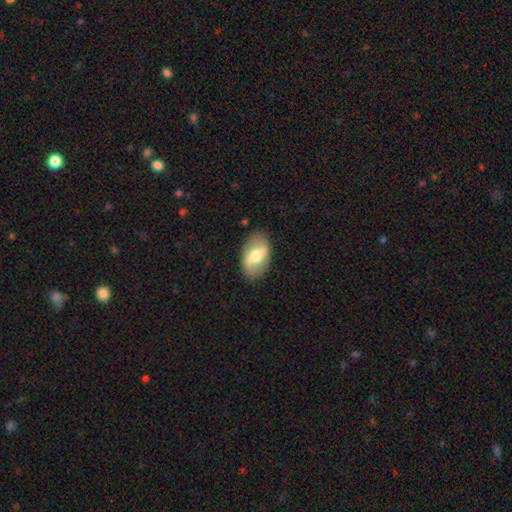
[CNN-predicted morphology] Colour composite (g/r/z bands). It shows a smooth galaxy with no disk features (47%). Merging: none (84%).